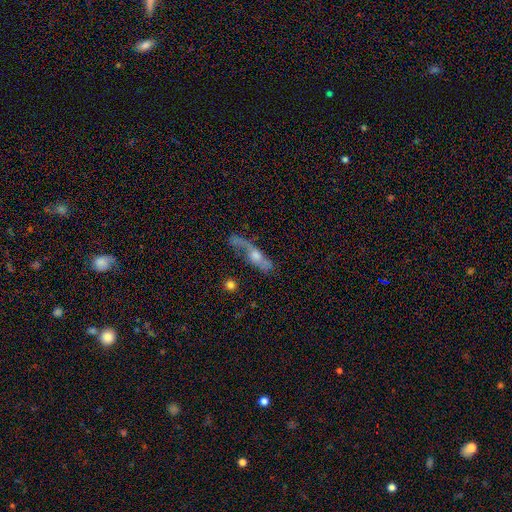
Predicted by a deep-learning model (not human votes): Overall: featured or disk (64%; smooth 28%). Edge-on disk: no (54%; yes 46%). Merging: none (51%; minor disturbance 23%).